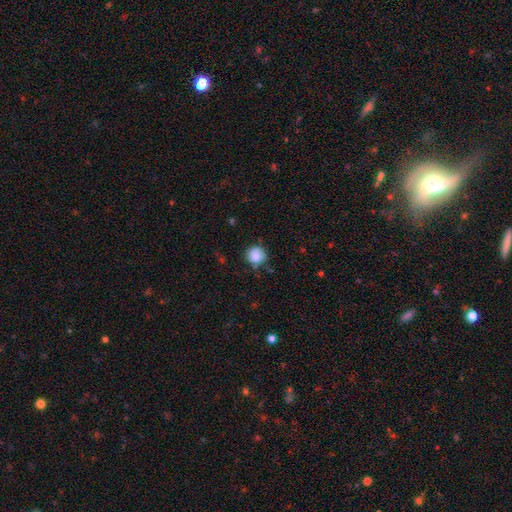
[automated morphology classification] A smooth galaxy with no disk features (86%) that is round (90%). Merging: none (72%).